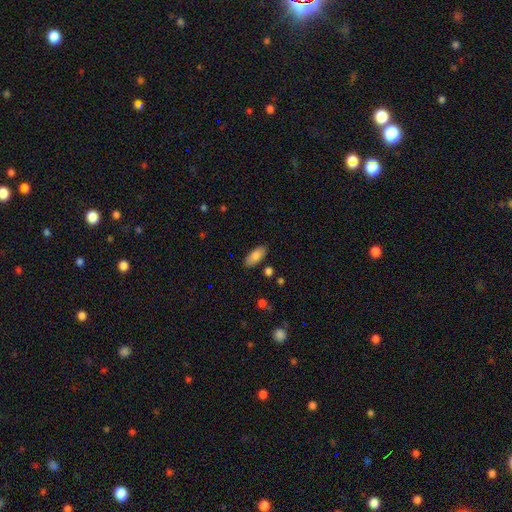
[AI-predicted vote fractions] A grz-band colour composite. It shows a smooth galaxy with no disk features (82%) that is in between round and cigar-shaped (90%). Merging: none (86%).